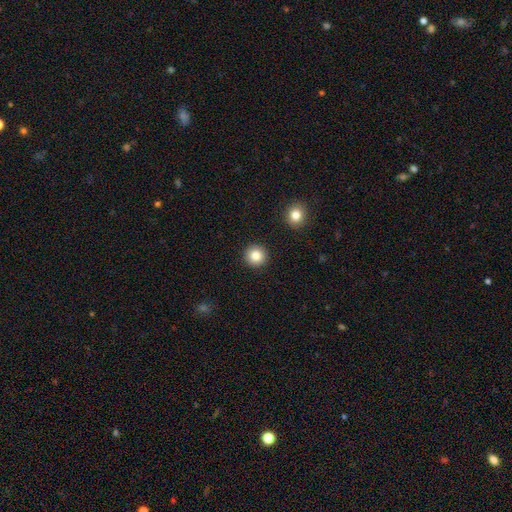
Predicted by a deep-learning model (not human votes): A smooth galaxy with no disk features (84%) that is round (96%). Merging: none (92%).